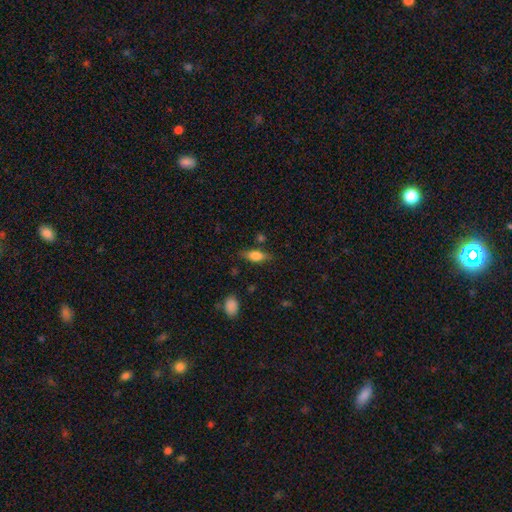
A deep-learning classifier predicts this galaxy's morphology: This appears to be a smooth galaxy with no disk features (72%) that is in between round and cigar-shaped (73%). Merging: none (76%).